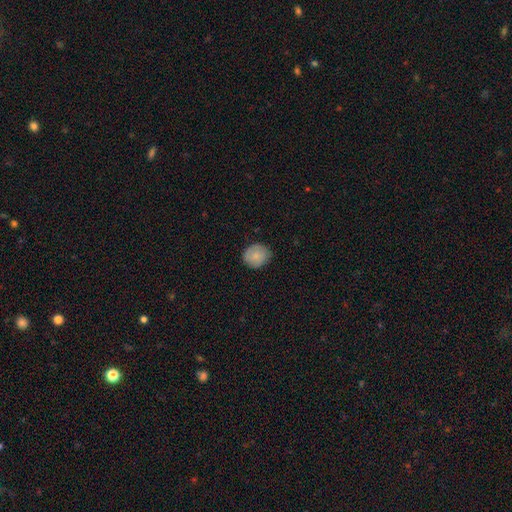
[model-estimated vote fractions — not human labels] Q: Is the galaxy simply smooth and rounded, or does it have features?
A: smooth — 84%.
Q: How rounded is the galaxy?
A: round — 79%.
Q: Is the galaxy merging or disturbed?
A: none — 83%.